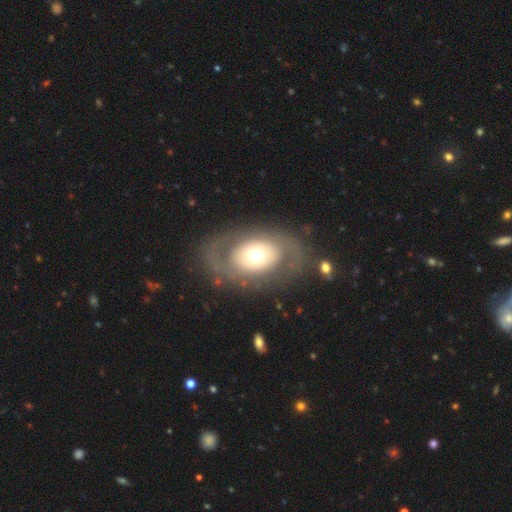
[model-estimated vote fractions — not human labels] Morphology: type=featured or disk (54%); edge-on=no (92%); merging=none (77%).